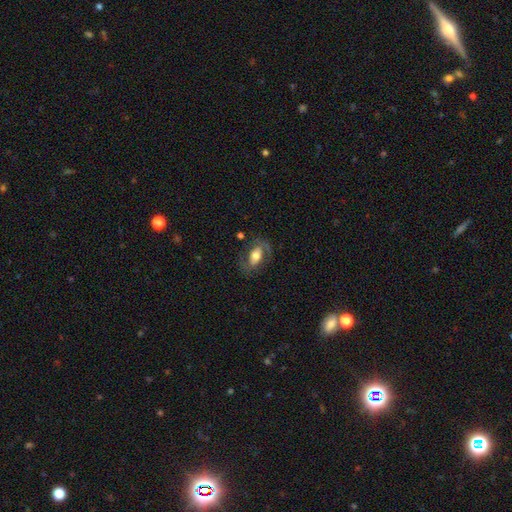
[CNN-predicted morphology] Smooth or featured?
  - featured or disk: 52% *
  - smooth: 41%
  - star or artifact: 7%
Edge-on disk?
  - no: 91% *
  - yes: 9%
Merging?
  - none: 68% *
  - minor disturbance: 17%
  - major disturbance: 13%
  - merger: 2%